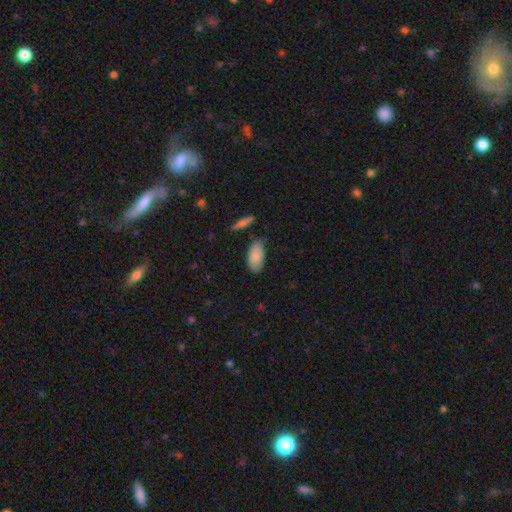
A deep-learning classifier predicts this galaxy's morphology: Smooth or featured?
  - smooth: 87% *
  - featured or disk: 7%
  - star or artifact: 6%
How rounded?
  - in between: 92% *
  - cigar-shaped: 6%
  - round: 2%
Merging?
  - none: 78% *
  - minor disturbance: 16%
  - merger: 3%
  - major disturbance: 3%